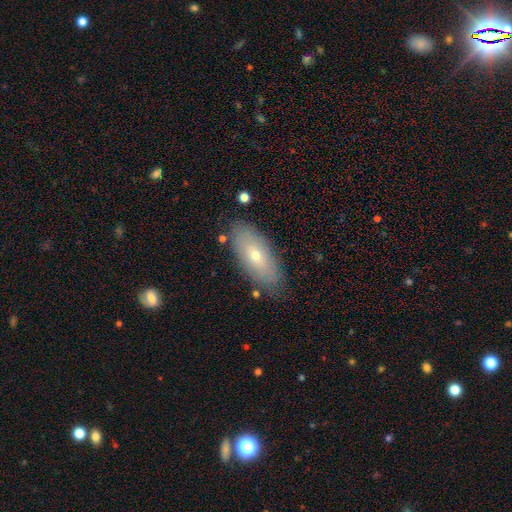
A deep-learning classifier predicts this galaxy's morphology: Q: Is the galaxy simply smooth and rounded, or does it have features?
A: smooth — 59%.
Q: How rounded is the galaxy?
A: in between — 85%.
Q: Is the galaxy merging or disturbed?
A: none — 83%.